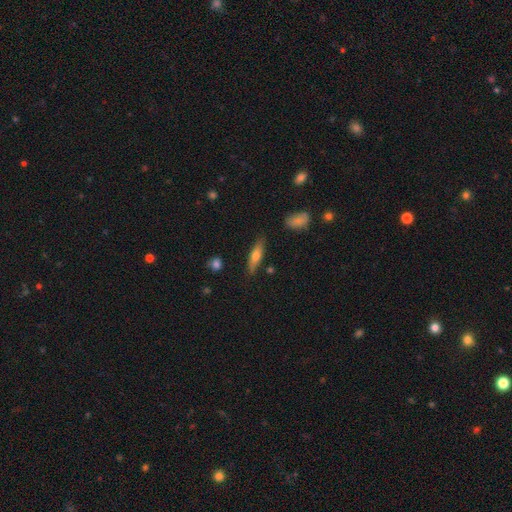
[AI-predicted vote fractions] Smooth or featured? smooth (58%)
How rounded? cigar-shaped (65%)
Merging? none (82%)